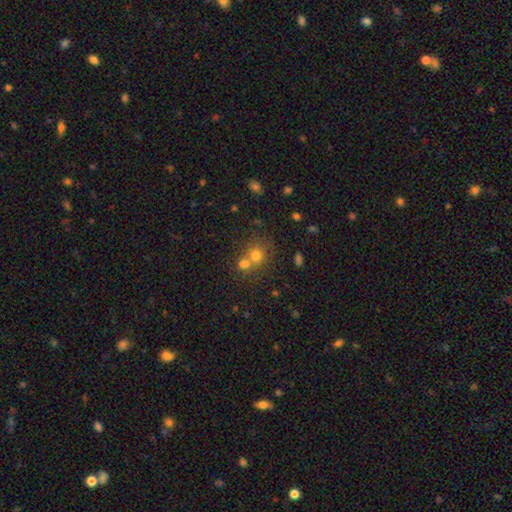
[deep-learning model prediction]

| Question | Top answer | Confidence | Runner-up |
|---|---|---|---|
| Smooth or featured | smooth | 71% | star or artifact (17%) |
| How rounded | round | 81% | in between (18%) |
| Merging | merger | 47% | none (43%) |